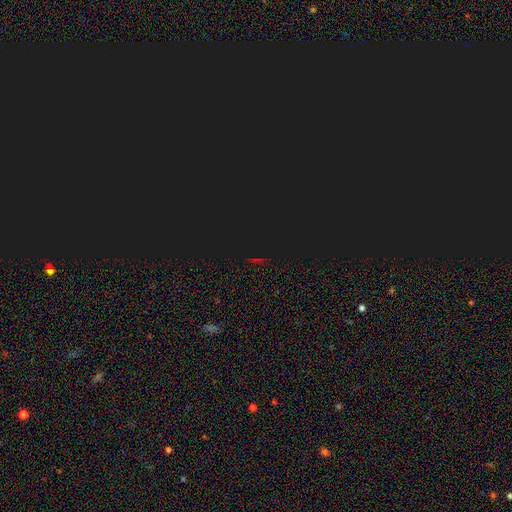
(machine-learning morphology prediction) This is likely a star or artifact rather than a galaxy (80%).